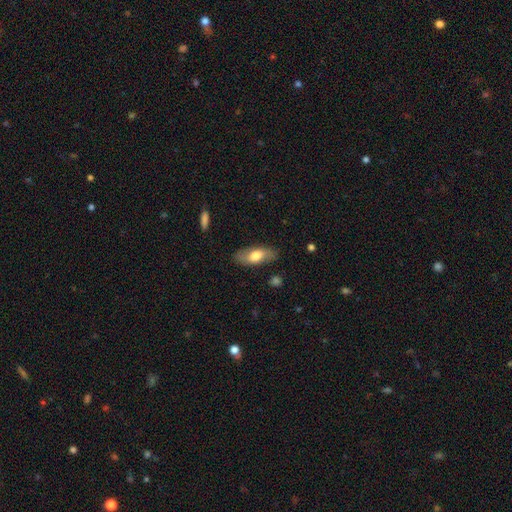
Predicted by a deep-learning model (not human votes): A smooth galaxy with no disk features (62%) that is in between round and cigar-shaped (81%). Merging: none (83%).